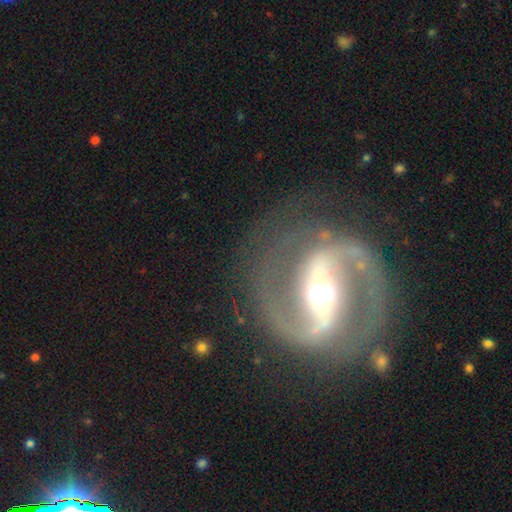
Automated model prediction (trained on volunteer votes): A featured or disk galaxy (92%) with a strong bar (61%), 2 (94%) medium (60%) spiral arms (98%) and a moderate central bulge (63%).

Vote fractions:
- Smooth or featured? featured or disk: 92% / star or artifact: 5% / smooth: 3%
- Edge-on disk? no: 98% / yes: 2%
- Bar? strong: 61% / weak: 27% / no: 12%
- Spiral arms? yes: 98% / no: 2%
- Spiral winding? medium: 60% / tight: 25% / loose: 15%
- Spiral arm count? 2: 94% / can't tell: 2% / 3: 1% / 1: 1% / 4: 1% / more than 4: 1%
- Bulge size? moderate: 63% / small: 22% / large: 13% / dominant: 2% / none: 1%
- Merging? none: 82% / minor disturbance: 11% / major disturbance: 5% / merger: 2%